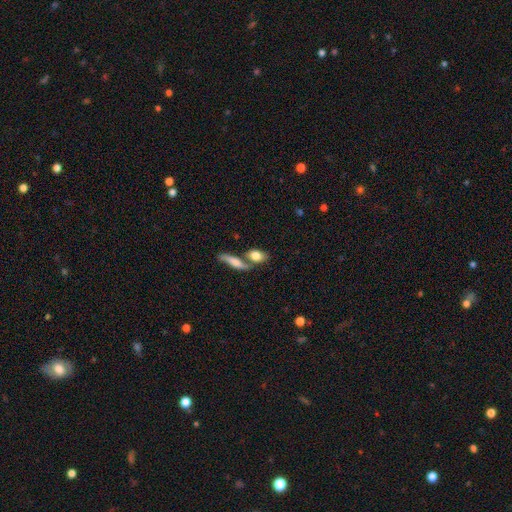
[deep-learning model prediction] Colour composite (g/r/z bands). It shows a smooth galaxy with no disk features (75%) that is in between round and cigar-shaped (74%). Merging: none (43%).